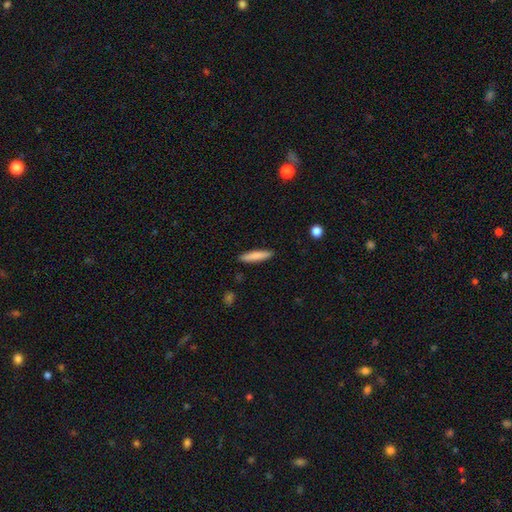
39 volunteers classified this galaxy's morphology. Q: Smooth or featured?
A: smooth (82%); runner-up: featured or disk (13%)
Q: How rounded?
A: cigar-shaped (91%); runner-up: in between (9%)
Q: Merging?
A: none (95%); runner-up: minor disturbance (3%)